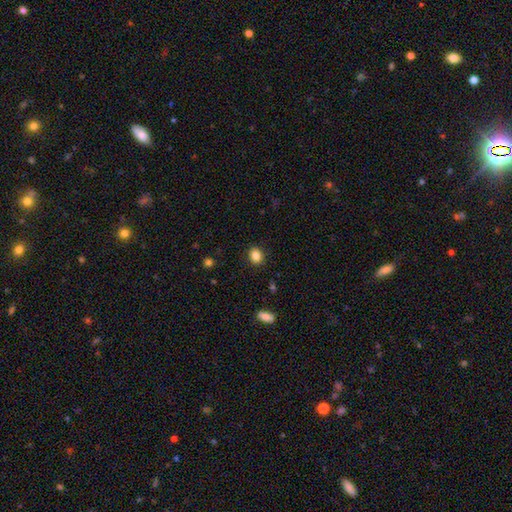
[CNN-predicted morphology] Smooth or featured? smooth (85%)
How rounded? round (51%)
Merging? none (89%)